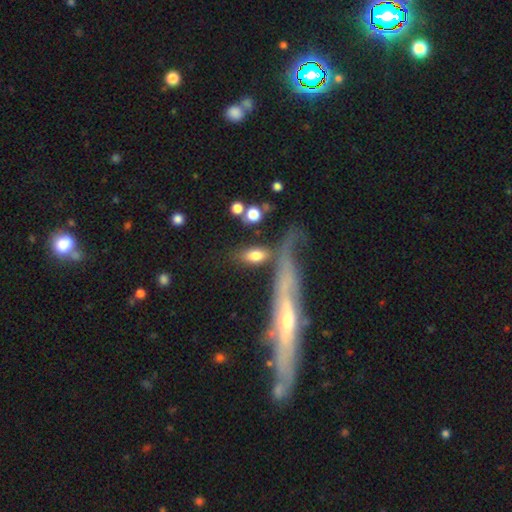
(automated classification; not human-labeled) Smooth or featured? smooth (73%)
How rounded? in between (82%)
Merging? none (56%)